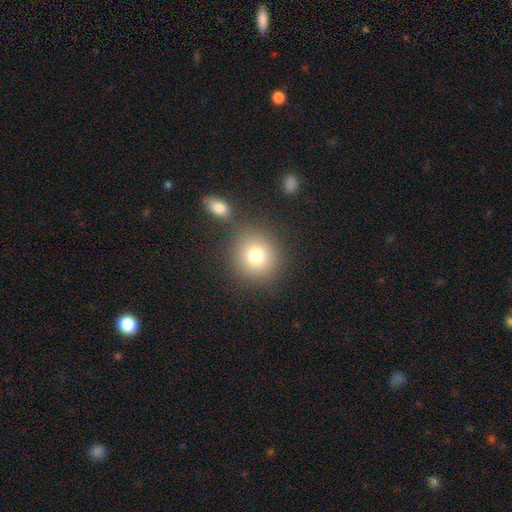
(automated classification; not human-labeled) Smooth or featured: smooth — 78% (star or artifact — 12%)
How rounded: round — 86% (in between — 13%)
Merging: none — 76% (merger — 11%)